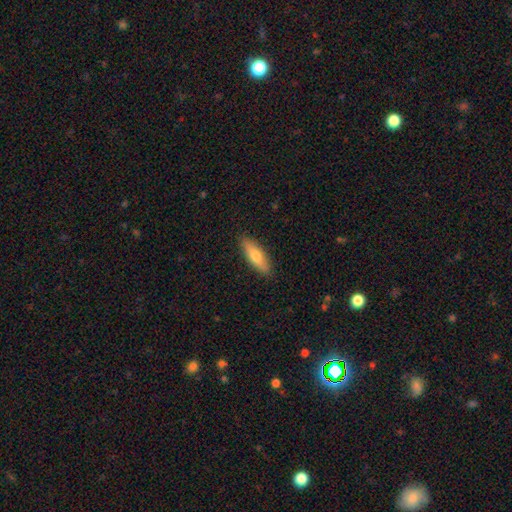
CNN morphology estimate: Smooth or featured? Predicted: smooth (p=0.66). How rounded? Predicted: cigar-shaped (p=0.52). Merging? Predicted: none (p=0.89).